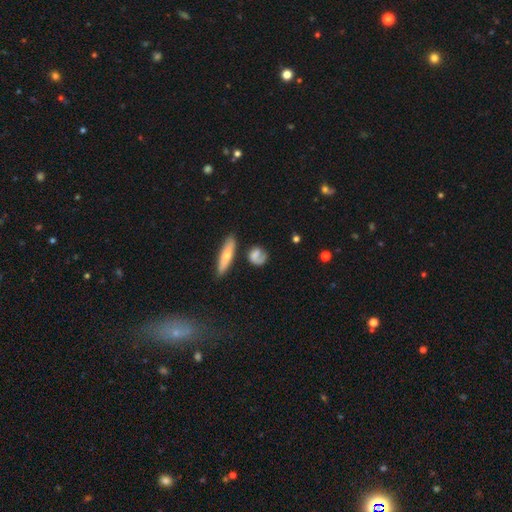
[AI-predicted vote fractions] Smooth or featured? smooth (60%)
How rounded? round (55%)
Merging? none (62%)